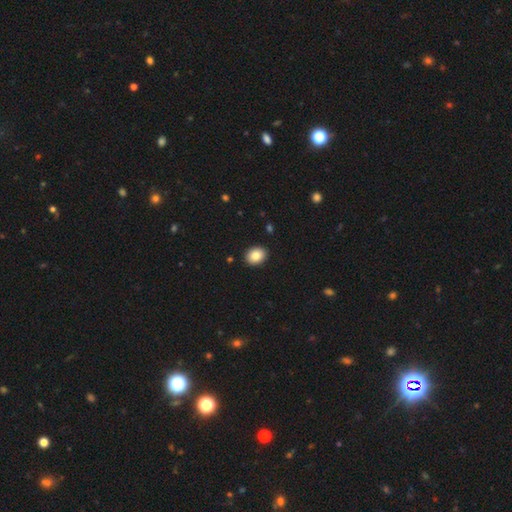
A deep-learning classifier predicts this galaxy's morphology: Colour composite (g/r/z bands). It shows a smooth galaxy with no disk features (84%) that is in between round and cigar-shaped (60%). Merging: none (91%).